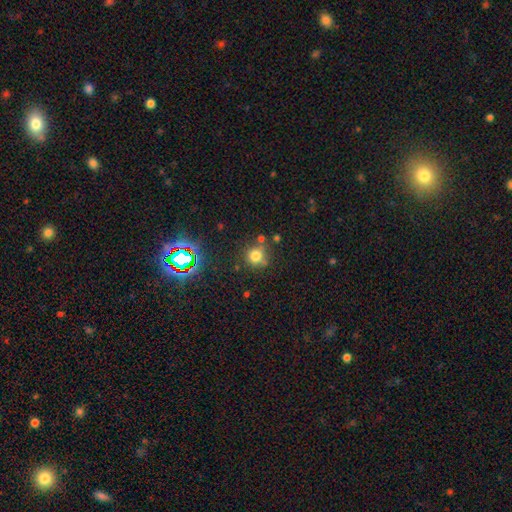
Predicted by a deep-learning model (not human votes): smooth 74%, star or artifact 18%, featured or disk 8%. Down the decision tree: how rounded — round (89%); merging — none (69%).